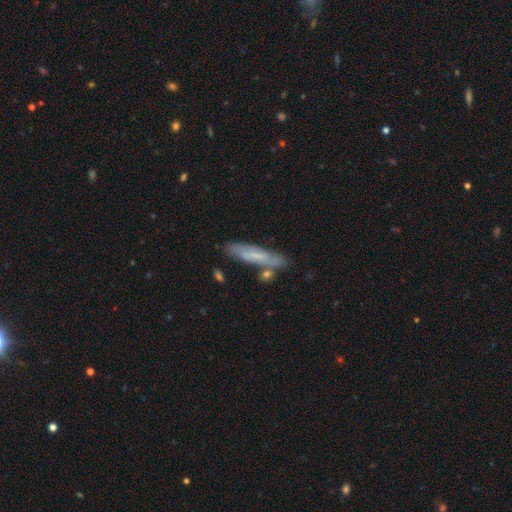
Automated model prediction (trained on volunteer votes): smooth-or-featured: smooth: 52% | featured or disk: 41% | star or artifact: 8%
  how-rounded: cigar-shaped: 82% | in between: 16% | round: 2%
  merging: none: 72% | minor disturbance: 16% | merger: 8% | major disturbance: 4%